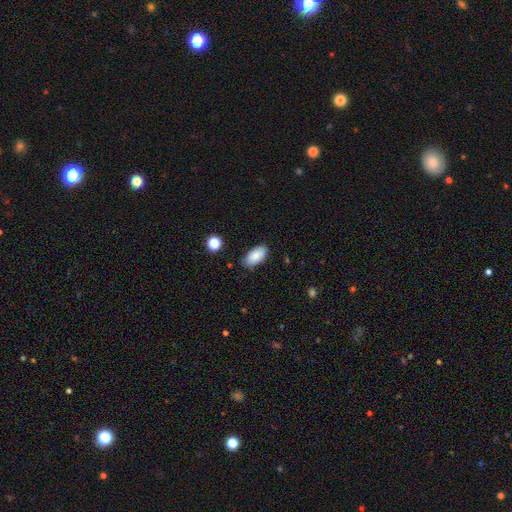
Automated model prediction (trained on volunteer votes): A smooth galaxy with no disk features (86%) that is in between round and cigar-shaped (94%). Merging: none (82%).